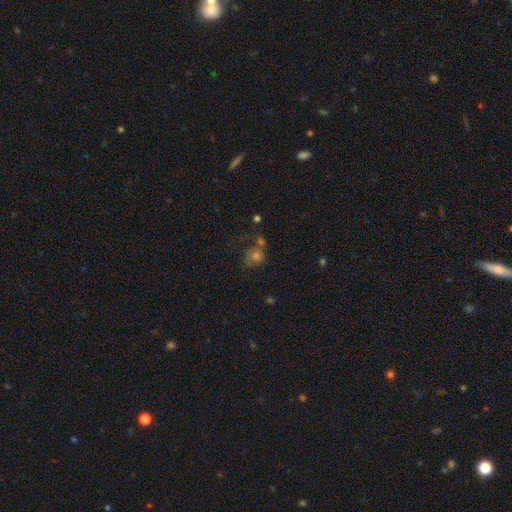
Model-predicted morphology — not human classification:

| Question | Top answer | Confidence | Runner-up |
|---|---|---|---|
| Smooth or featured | smooth | 59% | star or artifact (23%) |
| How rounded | round | 72% | in between (27%) |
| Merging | none | 46% | merger (23%) |